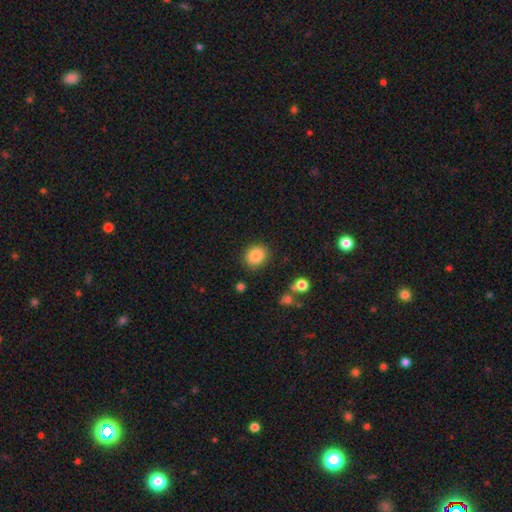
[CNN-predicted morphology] Smooth or featured?
  - smooth: 85% *
  - star or artifact: 9%
  - featured or disk: 6%
How rounded?
  - round: 71% *
  - in between: 28%
  - cigar-shaped: 1%
Merging?
  - none: 86% *
  - minor disturbance: 9%
  - major disturbance: 3%
  - merger: 2%